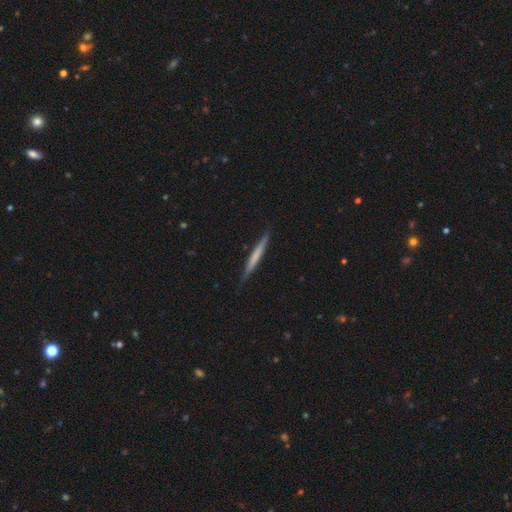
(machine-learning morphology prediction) smooth_or_featured: smooth (p=0.51) [alt: featured or disk p=0.43]
how_rounded: cigar-shaped (p=0.96) [alt: in between p=0.03]
merging: none (p=0.86) [alt: minor disturbance p=0.11]